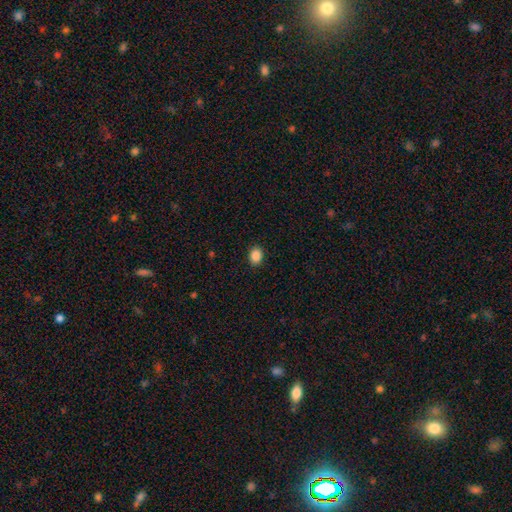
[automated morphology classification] type=smooth (88%); roundness=in between (58%); merging=none (90%).